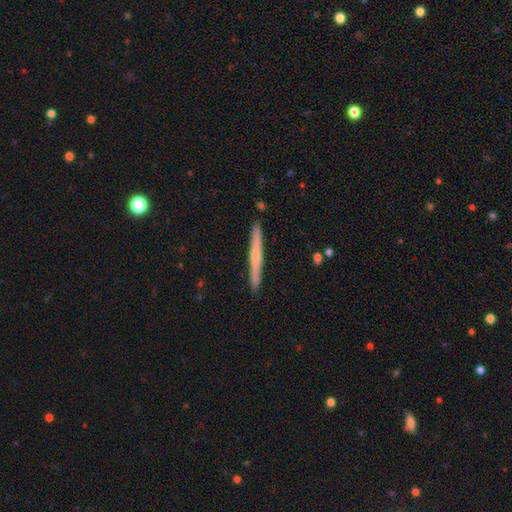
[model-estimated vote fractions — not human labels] smooth_or_featured: featured or disk (p=0.51) [alt: smooth p=0.44]
disk_edge_on: yes (p=0.97) [alt: no p=0.03]
merging: none (p=0.91) [alt: minor disturbance p=0.06]